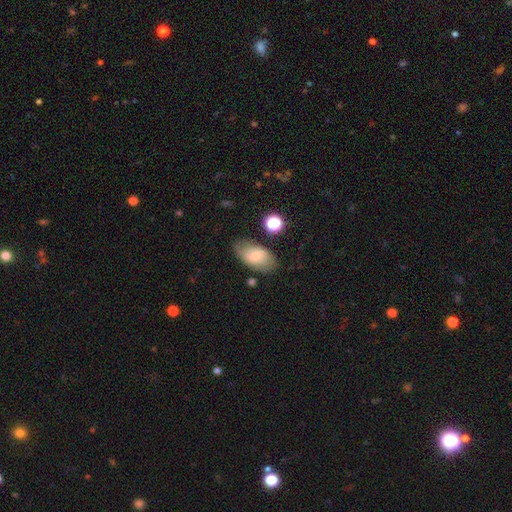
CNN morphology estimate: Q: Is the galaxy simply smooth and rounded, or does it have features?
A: smooth — 67%.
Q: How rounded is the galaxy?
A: in between — 92%.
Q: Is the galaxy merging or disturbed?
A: none — 69%.